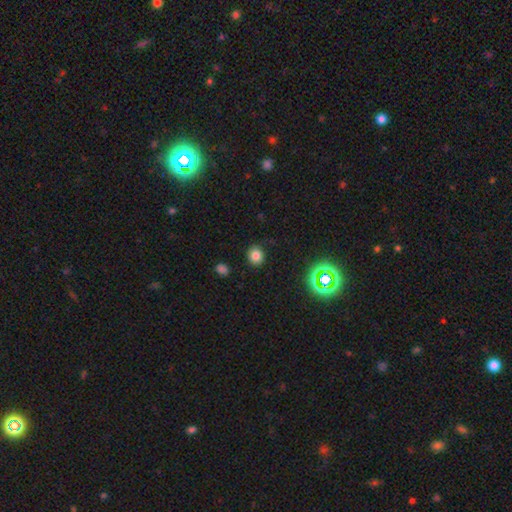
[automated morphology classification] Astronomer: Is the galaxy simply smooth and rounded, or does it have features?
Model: smooth — 79%.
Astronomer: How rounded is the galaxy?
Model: round — 77%.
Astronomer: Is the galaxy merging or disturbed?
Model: none — 86%.